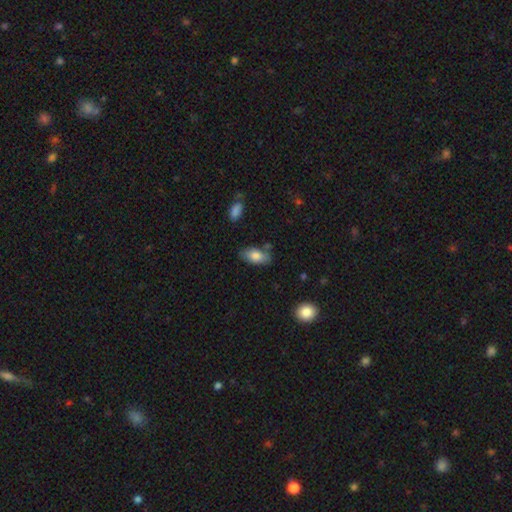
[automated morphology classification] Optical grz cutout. It shows a smooth galaxy with no disk features (80%) that is in between round and cigar-shaped (92%). Merging: none (76%).